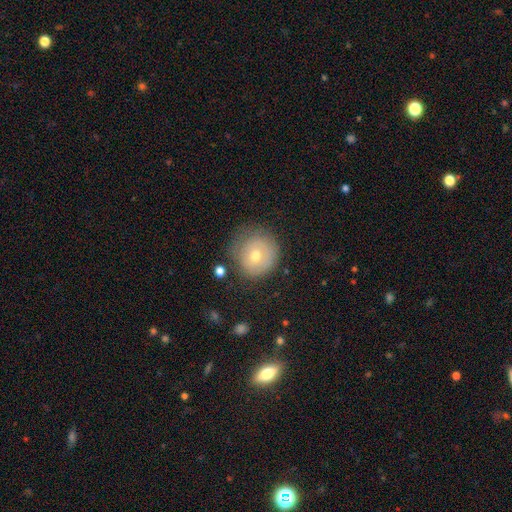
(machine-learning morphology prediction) smooth 60%, featured or disk 31%, star or artifact 10%. Down the decision tree: how rounded — round (89%); merging — none (69%).